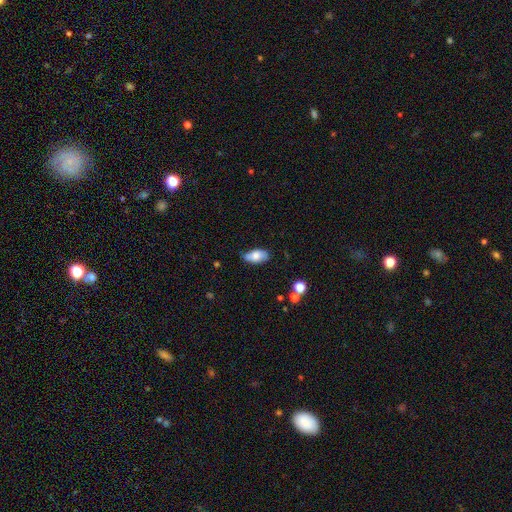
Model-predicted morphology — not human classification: The model was most divided on "merging": none: 67%, minor disturbance: 26%, major disturbance: 4%, merger: 2%. More confident: how rounded — in between (92%); smooth or featured — smooth (75%).